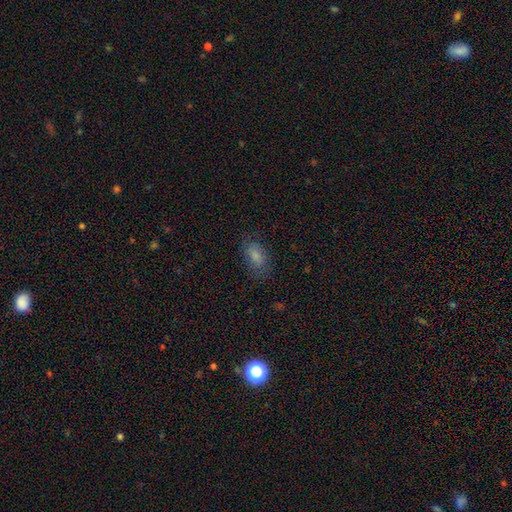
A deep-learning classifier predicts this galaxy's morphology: A smooth galaxy with no disk features (80%) that is in between round and cigar-shaped (90%). Merging: none (74%).